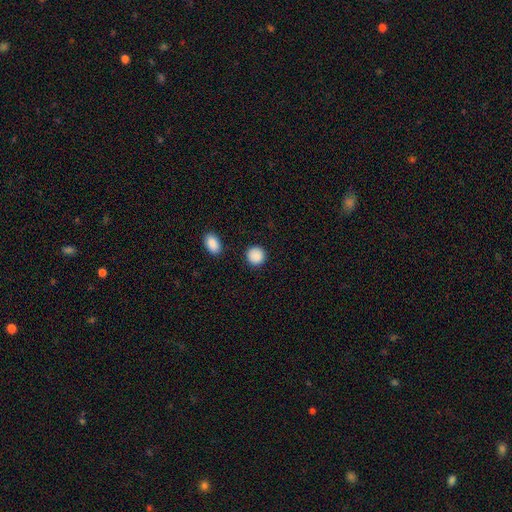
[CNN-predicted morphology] Smooth or featured? smooth (89%)
How rounded? round (91%)
Merging? none (90%)